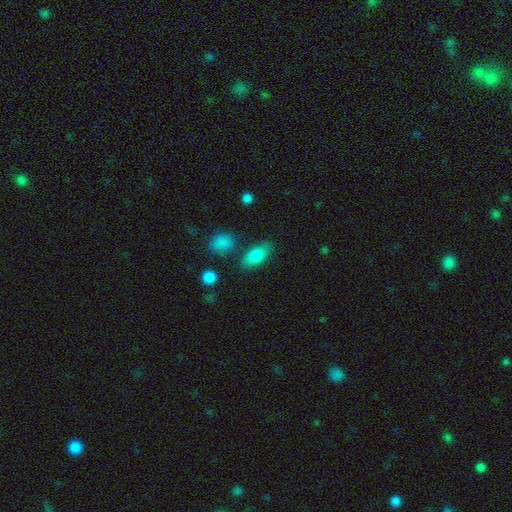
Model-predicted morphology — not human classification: This is clearly a smooth galaxy (82%). How rounded: clearly in between (85%). Merging: likely none (78%).